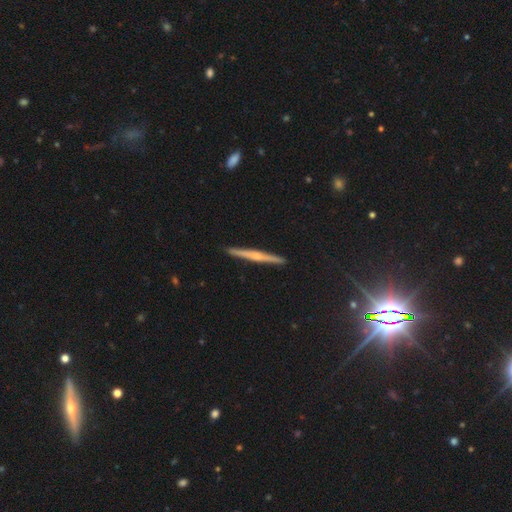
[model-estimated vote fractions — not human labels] featured or disk 72%, smooth 22%, star or artifact 6%. Down the decision tree: edge-on disk — yes (98%); edge-on bulge — rounded (72%); merging — none (92%).